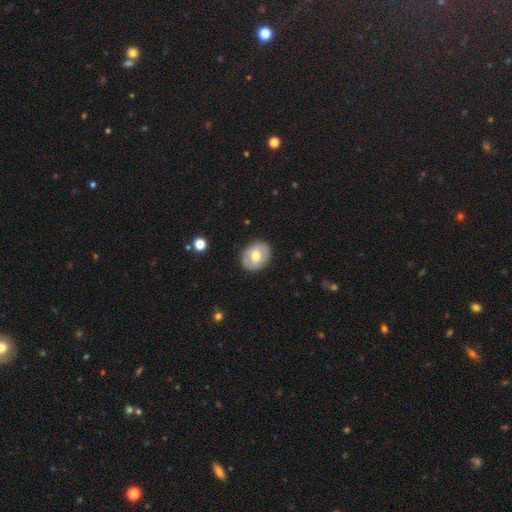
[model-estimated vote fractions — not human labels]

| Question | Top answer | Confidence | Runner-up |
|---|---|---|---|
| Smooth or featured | smooth | 57% | featured or disk (36%) |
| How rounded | in between | 56% | round (43%) |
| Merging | none | 87% | minor disturbance (10%) |